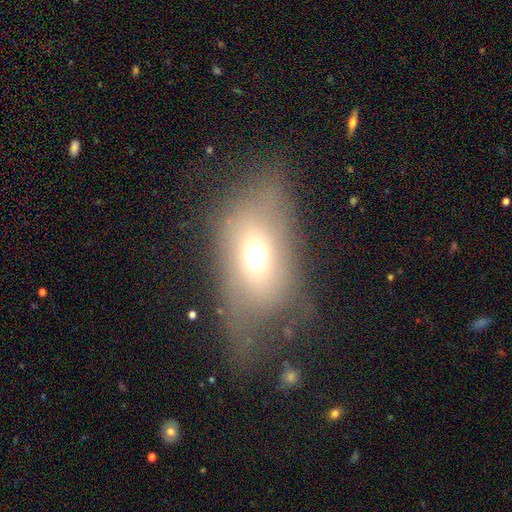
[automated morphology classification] Smooth or featured: smooth — 57% (featured or disk — 26%)
How rounded: in between — 73% (round — 23%)
Merging: none — 47% (major disturbance — 28%)